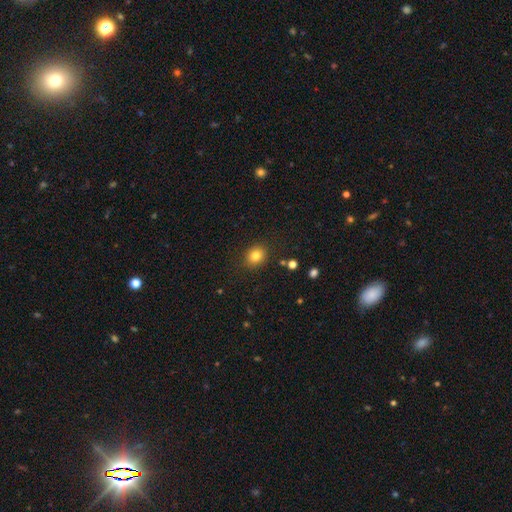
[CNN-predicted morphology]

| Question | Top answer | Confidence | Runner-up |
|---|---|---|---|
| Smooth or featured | smooth | 81% | star or artifact (12%) |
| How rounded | round | 69% | in between (31%) |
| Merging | none | 88% | minor disturbance (8%) |